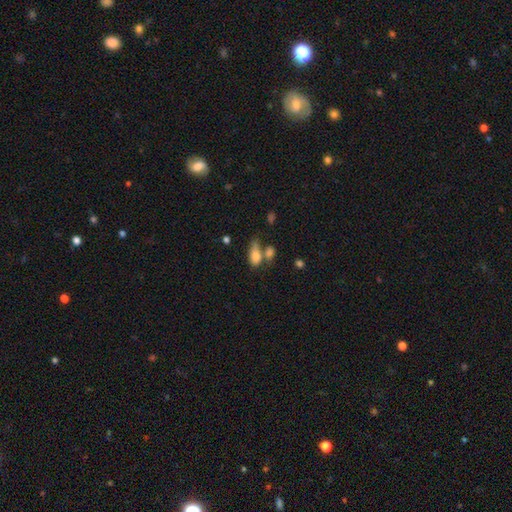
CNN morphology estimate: type=smooth (80%); roundness=in between (86%); merging=merger (39%).